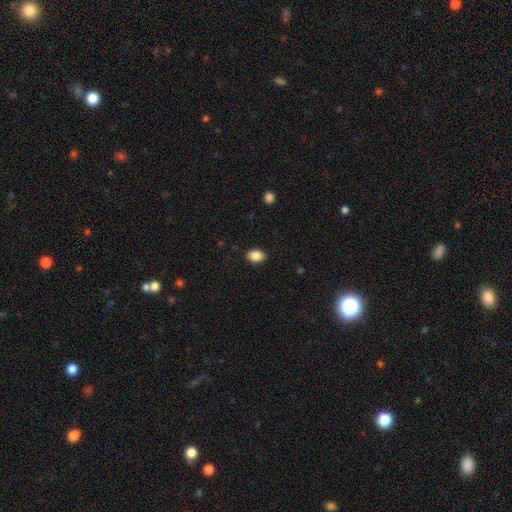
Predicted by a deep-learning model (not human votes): smooth_or_featured: smooth (p=0.88) [alt: star or artifact p=0.08]
how_rounded: in between (p=0.84) [alt: round p=0.15]
merging: none (p=0.89) [alt: minor disturbance p=0.08]